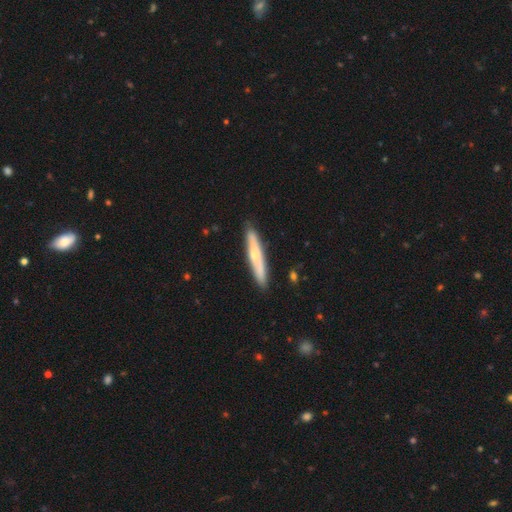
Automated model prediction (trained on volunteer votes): Overall: featured or disk (48%; smooth 46%). Merging: none (88%).